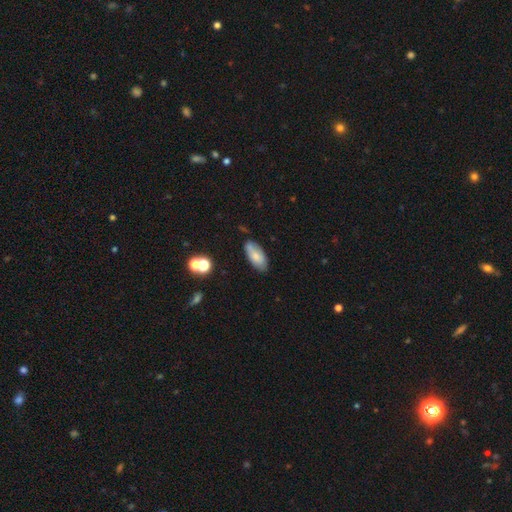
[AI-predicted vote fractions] smooth 73%, featured or disk 20%, star or artifact 8%. Down the decision tree: how rounded — in between (89%); merging — none (75%).